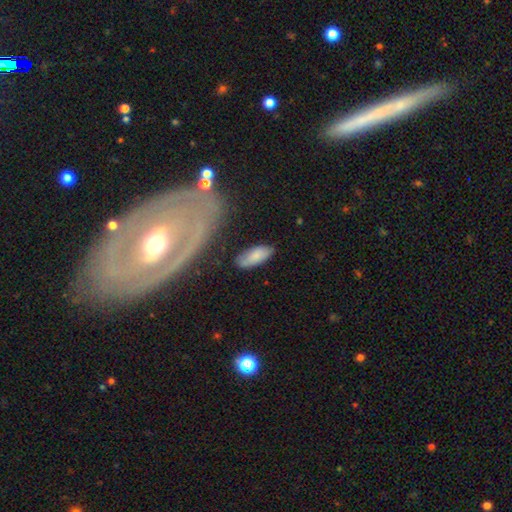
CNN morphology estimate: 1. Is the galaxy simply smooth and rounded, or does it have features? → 79% smooth, 15% featured or disk, 7% star or artifact.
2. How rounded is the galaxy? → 78% in between, 20% cigar-shaped, 2% round.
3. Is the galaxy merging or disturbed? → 74% none, 18% minor disturbance, 4% major disturbance, 4% merger.